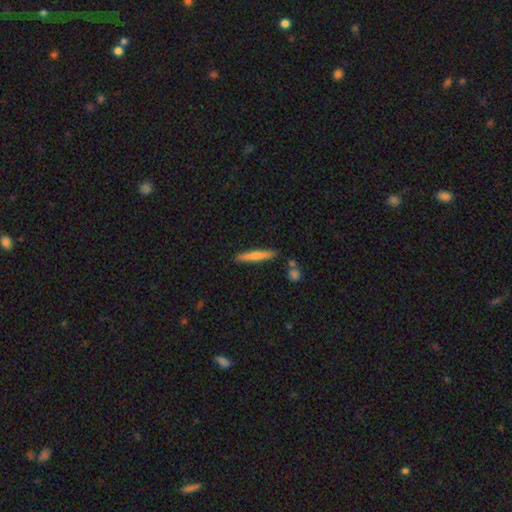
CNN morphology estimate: This is likely a smooth galaxy (71%). How rounded: clearly cigar-shaped (93%). Merging: clearly none (85%).